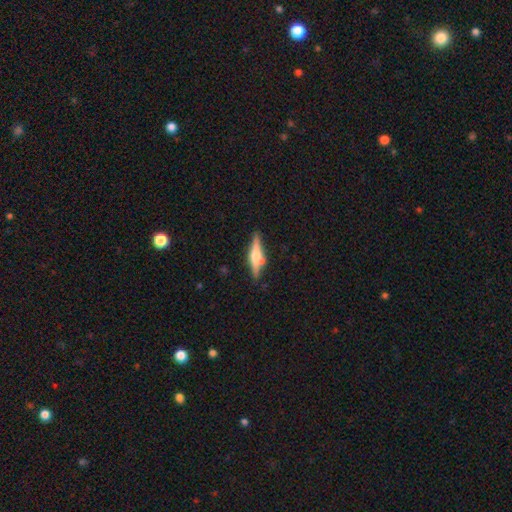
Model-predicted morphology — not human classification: Overall: featured or disk (61%; smooth 33%). Edge-on disk: yes (96%). Edge-on bulge: rounded (85%). Merging: none (78%).